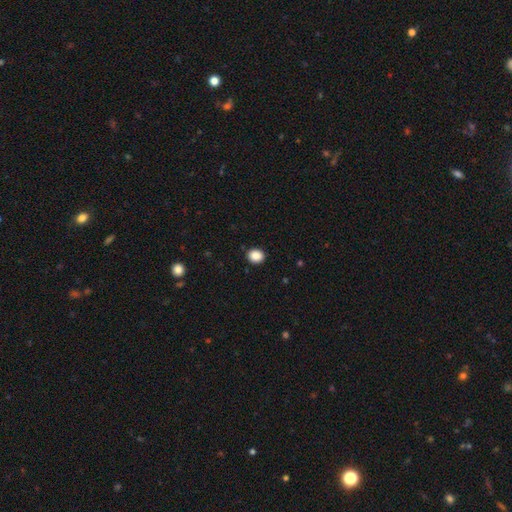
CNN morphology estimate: Q: Smooth or featured?
A: smooth (88%); runner-up: star or artifact (9%)
Q: How rounded?
A: round (69%); runner-up: in between (30%)
Q: Merging?
A: none (91%); runner-up: minor disturbance (6%)